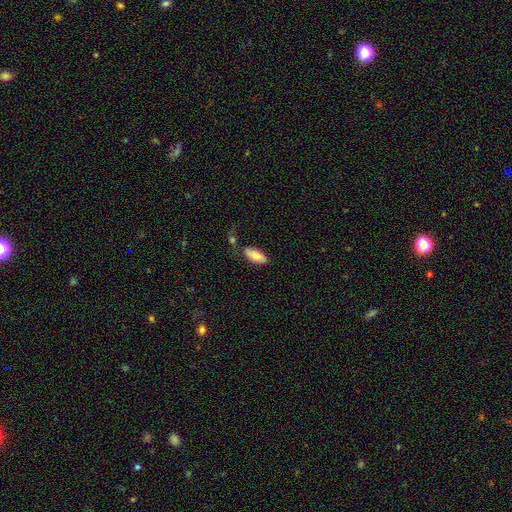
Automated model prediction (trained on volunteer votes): Smooth or featured?
  - smooth: 81% *
  - featured or disk: 12%
  - star or artifact: 6%
How rounded?
  - in between: 88% *
  - cigar-shaped: 11%
  - round: 2%
Merging?
  - none: 63% *
  - minor disturbance: 18%
  - merger: 12%
  - major disturbance: 6%